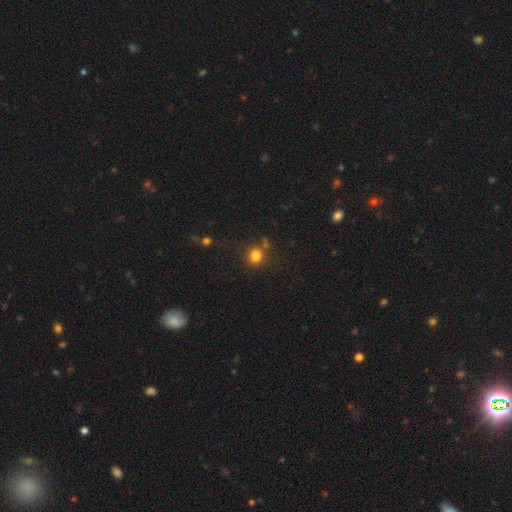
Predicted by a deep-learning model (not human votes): smooth 80%, star or artifact 14%, featured or disk 6%. Down the decision tree: how rounded — round (84%); merging — none (77%).